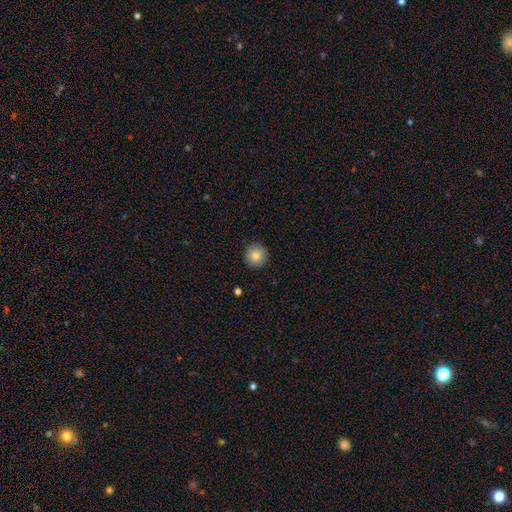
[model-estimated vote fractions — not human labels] Smooth or featured?
  - smooth: 84% *
  - star or artifact: 9%
  - featured or disk: 7%
How rounded?
  - round: 95% *
  - in between: 4%
  - cigar-shaped: 1%
Merging?
  - none: 92% *
  - minor disturbance: 6%
  - major disturbance: 2%
  - merger: 1%